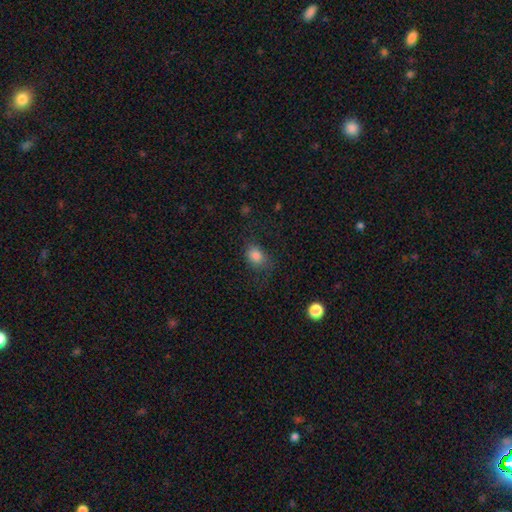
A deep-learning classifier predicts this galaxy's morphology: type=smooth (83%); roundness=in between (62%); merging=none (66%).